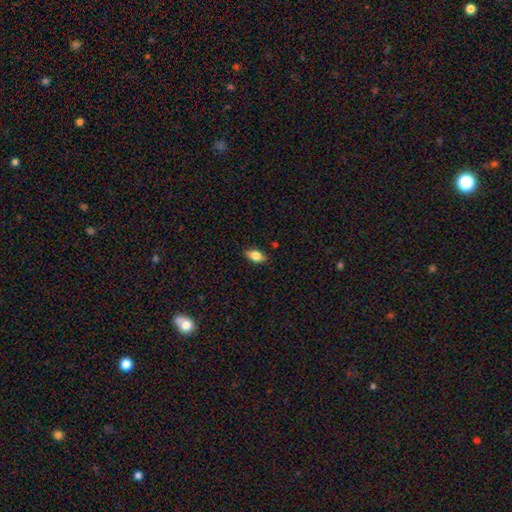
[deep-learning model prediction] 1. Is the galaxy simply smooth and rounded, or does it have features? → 79% smooth, 13% featured or disk, 8% star or artifact.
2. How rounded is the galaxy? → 88% in between, 6% cigar-shaped, 6% round.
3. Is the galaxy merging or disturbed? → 86% none, 11% minor disturbance, 2% major disturbance, 1% merger.